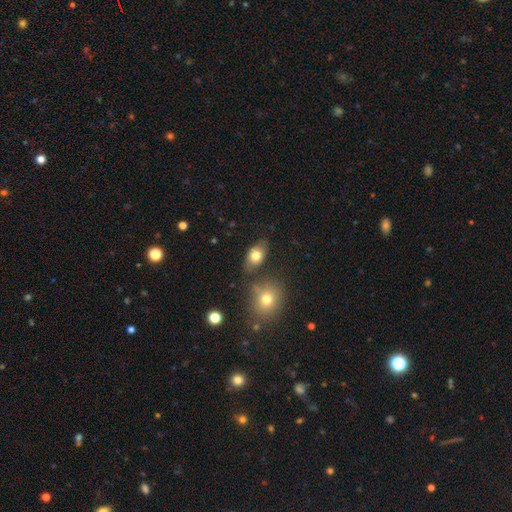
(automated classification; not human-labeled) smooth-or-featured: smooth: 78% | featured or disk: 13% | star or artifact: 9%
  how-rounded: in between: 81% | round: 17% | cigar-shaped: 2%
  merging: none: 73% | minor disturbance: 15% | merger: 8% | major disturbance: 4%